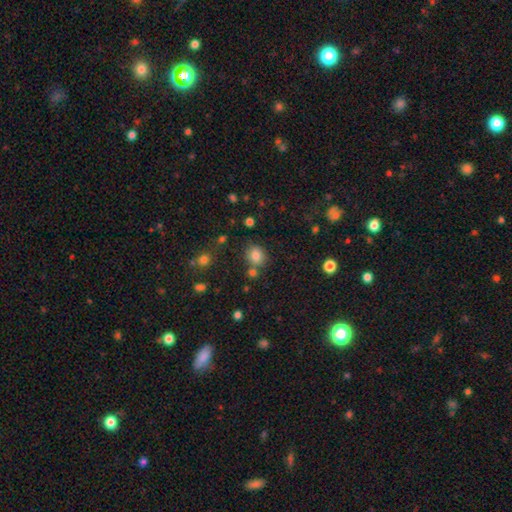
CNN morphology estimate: A smooth galaxy with no disk features (81%) that is round (71%).

Vote fractions:
- Smooth or featured? smooth: 81% / star or artifact: 12% / featured or disk: 6%
- How rounded? round: 71% / in between: 28% / cigar-shaped: 1%
- Merging? none: 72% / merger: 12% / minor disturbance: 12% / major disturbance: 4%